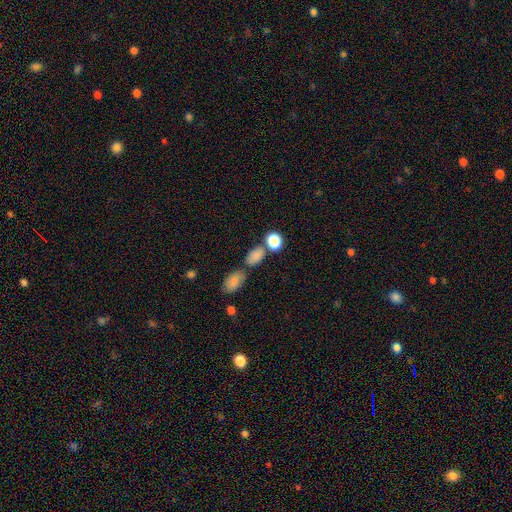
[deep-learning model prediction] This is clearly a smooth galaxy (82%). How rounded: likely in between (79%). Merging: possibly none (57%).